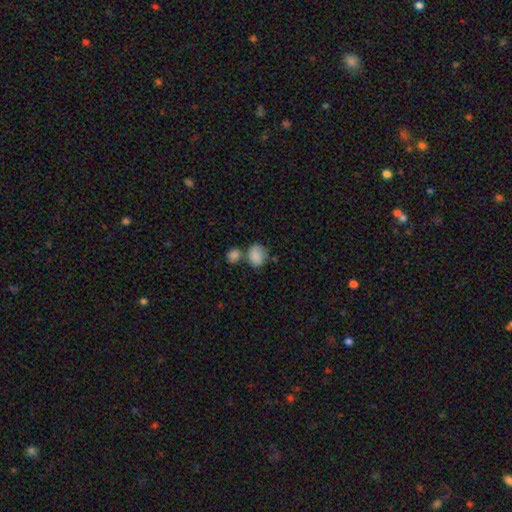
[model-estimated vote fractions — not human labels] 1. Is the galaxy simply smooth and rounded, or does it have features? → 85% smooth, 8% star or artifact, 7% featured or disk.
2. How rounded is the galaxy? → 50% round, 49% in between, 1% cigar-shaped.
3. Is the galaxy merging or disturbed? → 47% none, 32% merger, 15% minor disturbance, 6% major disturbance.